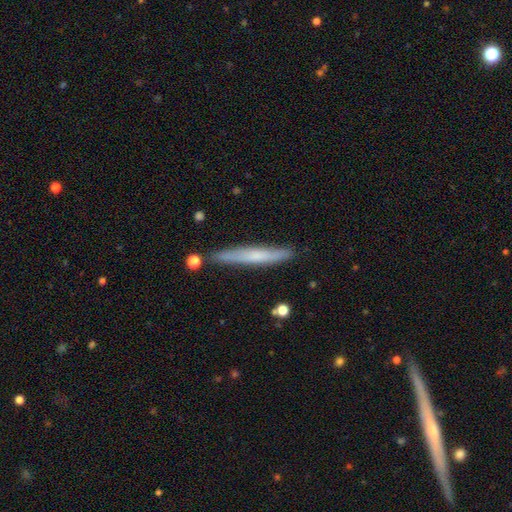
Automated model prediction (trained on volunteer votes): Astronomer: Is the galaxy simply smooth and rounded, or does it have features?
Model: smooth — 54% (runner-up: featured or disk, 40%).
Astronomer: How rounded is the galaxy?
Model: cigar-shaped — 95%.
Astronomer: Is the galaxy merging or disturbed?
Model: none — 85%.